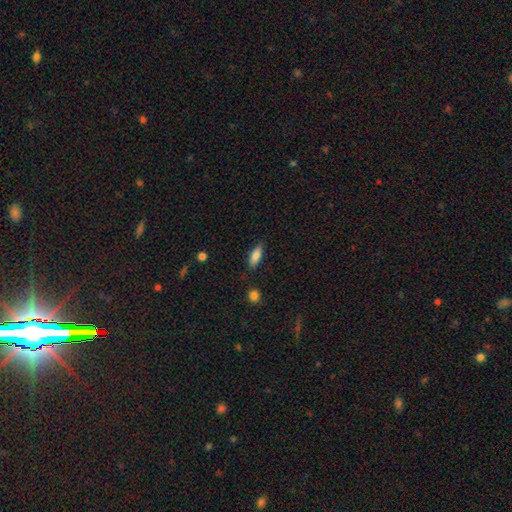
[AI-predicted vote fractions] smooth_or_featured: smooth (p=0.83) [alt: featured or disk p=0.10]
how_rounded: in between (p=0.68) [alt: cigar-shaped p=0.30]
merging: none (p=0.85) [alt: minor disturbance p=0.11]